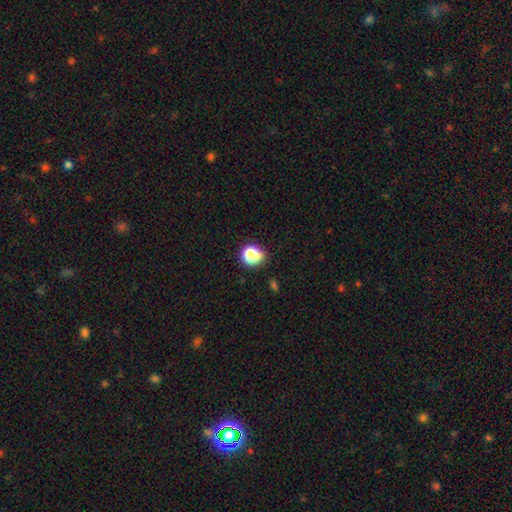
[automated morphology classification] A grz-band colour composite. It shows a smooth galaxy with no disk features (79%) that is round (71%). Merging: none (58%).